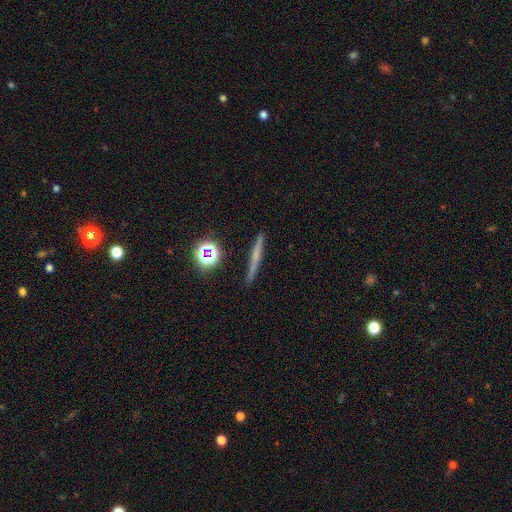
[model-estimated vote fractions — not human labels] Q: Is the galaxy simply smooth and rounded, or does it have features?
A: smooth — 44%.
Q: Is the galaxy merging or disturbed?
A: none — 89%.